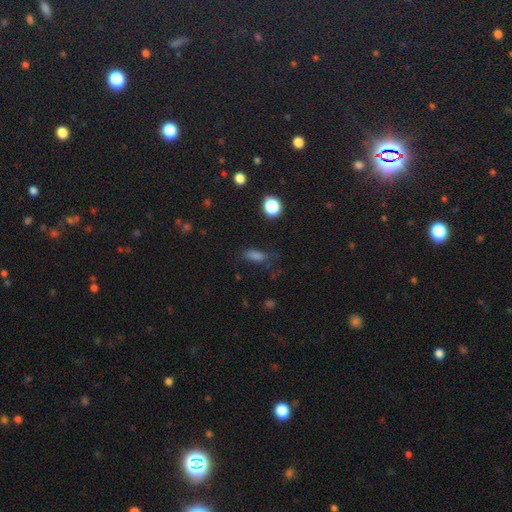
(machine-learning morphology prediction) A smooth galaxy with no disk features (69%) that is in between round and cigar-shaped (66%). Merging: none (63%).